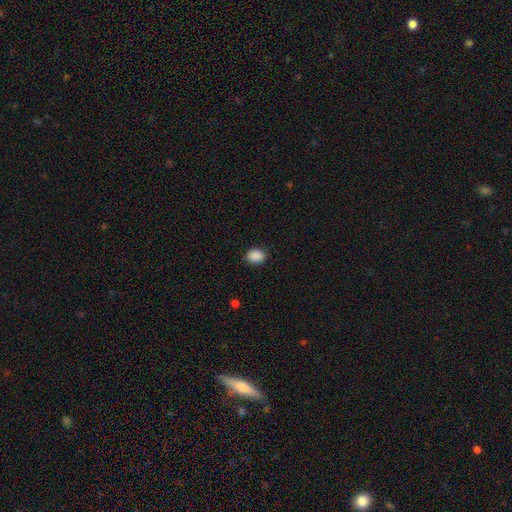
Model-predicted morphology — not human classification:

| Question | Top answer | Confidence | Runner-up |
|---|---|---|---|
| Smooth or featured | smooth | 89% | star or artifact (8%) |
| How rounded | in between | 59% | round (40%) |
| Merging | none | 87% | minor disturbance (10%) |